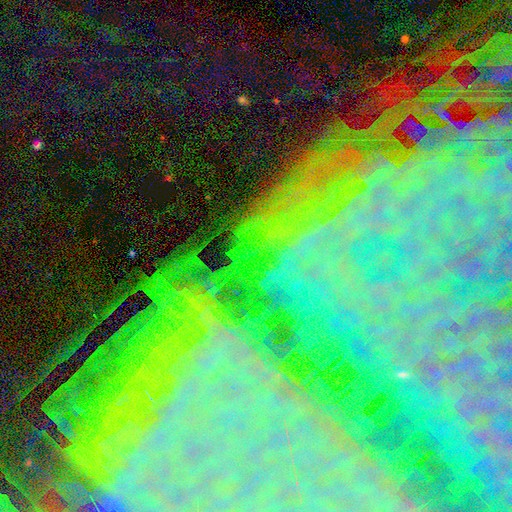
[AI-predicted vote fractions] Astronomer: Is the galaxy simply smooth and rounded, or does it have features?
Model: star or artifact — 63%.